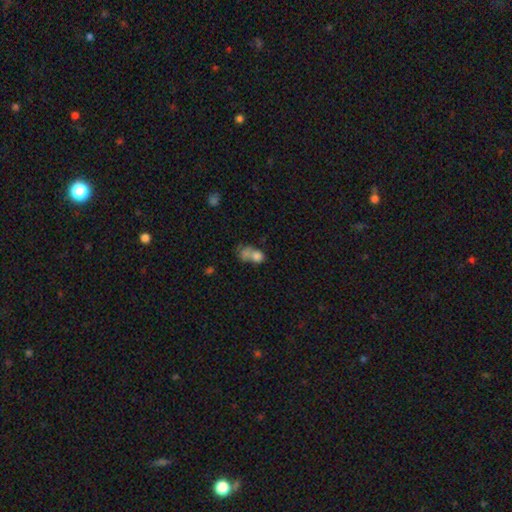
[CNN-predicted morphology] Smooth or featured: smooth — 73% (featured or disk — 16%)
How rounded: in between — 52% (round — 46%)
Merging: merger — 60% (none — 21%)